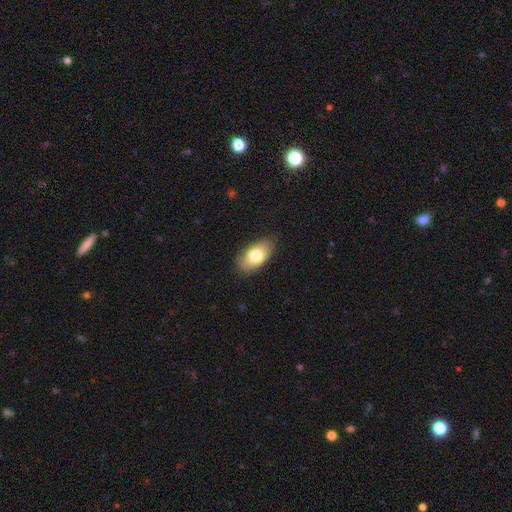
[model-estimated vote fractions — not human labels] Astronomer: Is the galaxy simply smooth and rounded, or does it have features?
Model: smooth — 76%.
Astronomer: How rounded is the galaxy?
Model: in between — 92%.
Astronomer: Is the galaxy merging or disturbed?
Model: none — 83%.